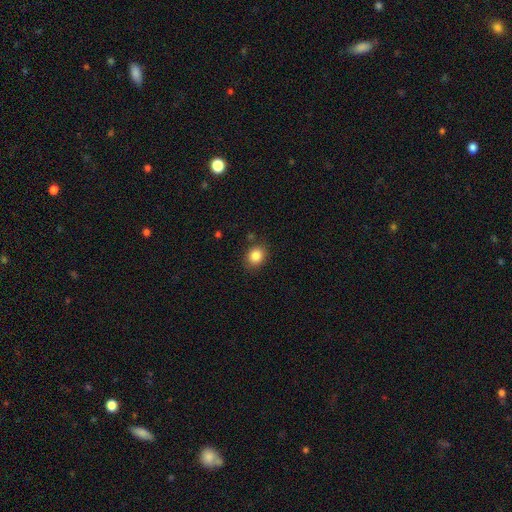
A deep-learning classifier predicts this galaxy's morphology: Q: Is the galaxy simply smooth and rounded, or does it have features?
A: smooth — 85%.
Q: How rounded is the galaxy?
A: round — 63%.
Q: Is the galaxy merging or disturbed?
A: none — 83%.